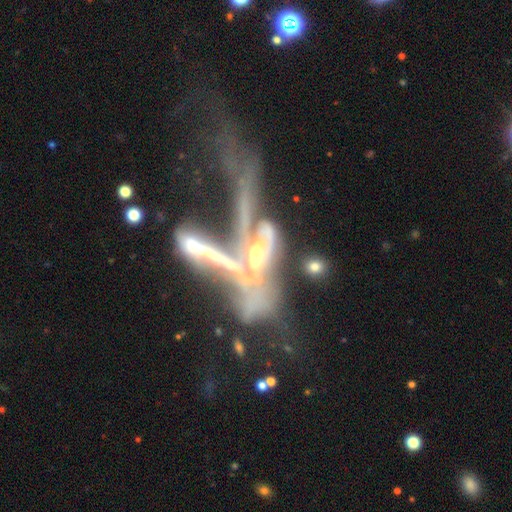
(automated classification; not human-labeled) Morphology: type=featured or disk (73%); edge-on=no (53%); merging=merger (59%).